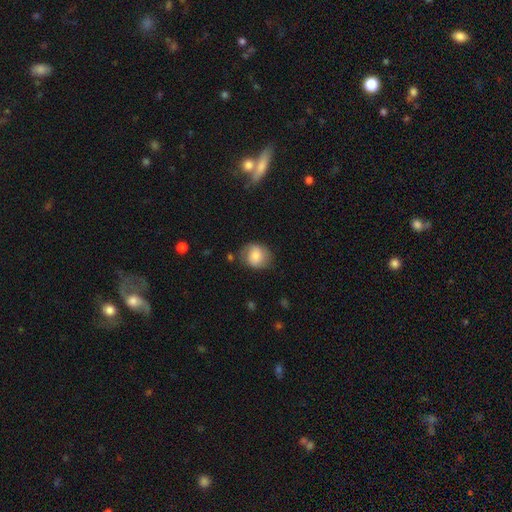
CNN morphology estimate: A smooth galaxy with no disk features (70%) that is round (71%).

Vote fractions:
- Smooth or featured? smooth: 70% / featured or disk: 22% / star or artifact: 8%
- How rounded? round: 71% / in between: 28% / cigar-shaped: 1%
- Merging? none: 71% / minor disturbance: 21% / major disturbance: 6% / merger: 2%